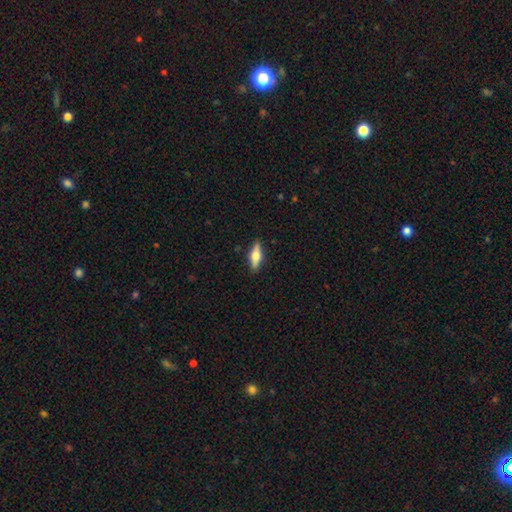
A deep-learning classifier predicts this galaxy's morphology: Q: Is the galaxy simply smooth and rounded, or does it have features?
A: smooth — 50%.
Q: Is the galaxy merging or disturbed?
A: none — 89%.